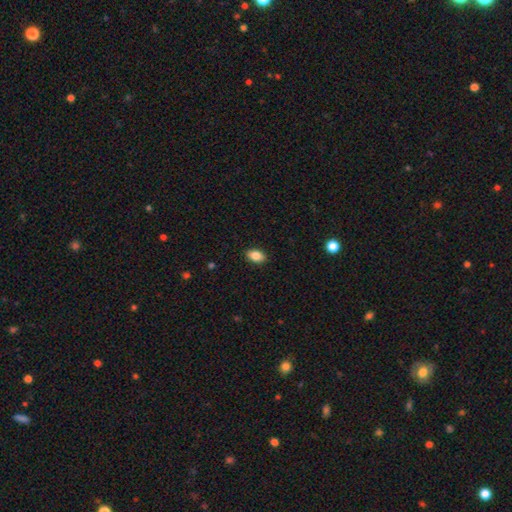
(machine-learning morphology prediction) smooth 86%, star or artifact 8%, featured or disk 6%. Down the decision tree: how rounded — in between (88%); merging — none (89%).